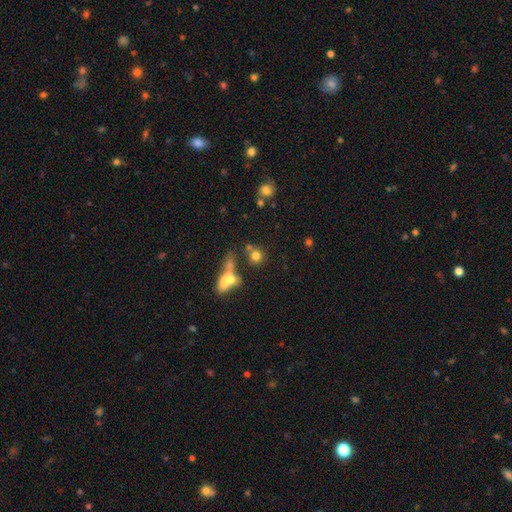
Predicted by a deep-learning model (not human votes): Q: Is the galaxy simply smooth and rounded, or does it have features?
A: smooth — 76%.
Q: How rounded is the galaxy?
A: round — 82%.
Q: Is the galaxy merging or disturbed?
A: none — 54%.